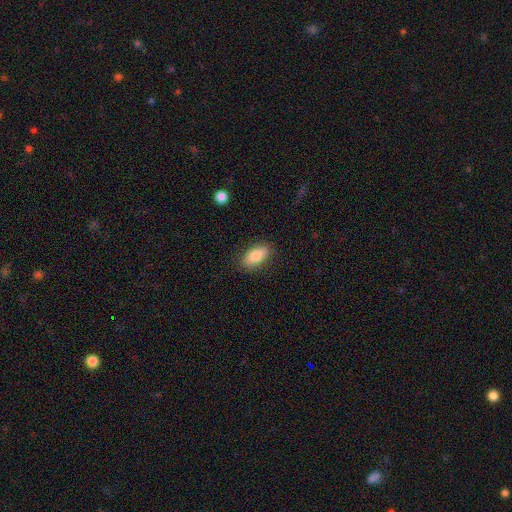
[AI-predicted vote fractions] The model was most divided on "merging": none: 85%, minor disturbance: 11%, major disturbance: 3%, merger: 1%. More confident: how rounded — in between (90%); smooth or featured — smooth (84%).